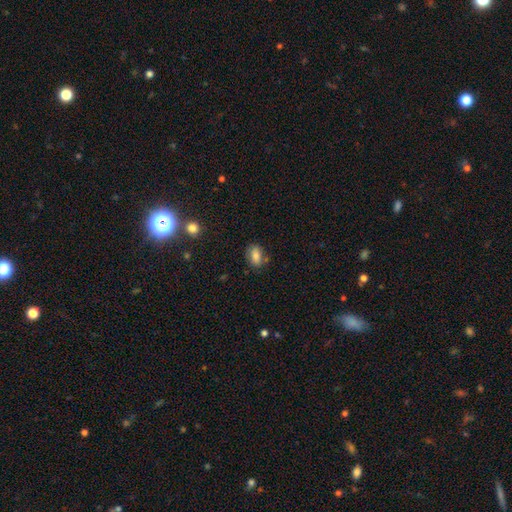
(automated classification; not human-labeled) This is likely a smooth galaxy (79%). How rounded: clearly in between (83%). Merging: likely none (76%).